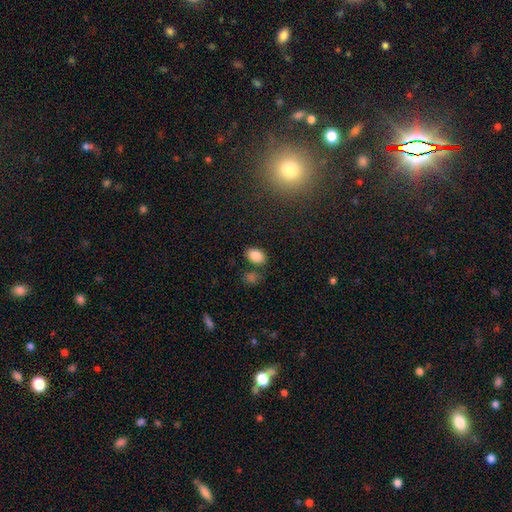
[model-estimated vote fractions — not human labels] Smooth or featured? smooth (84%)
How rounded? in between (87%)
Merging? none (75%)